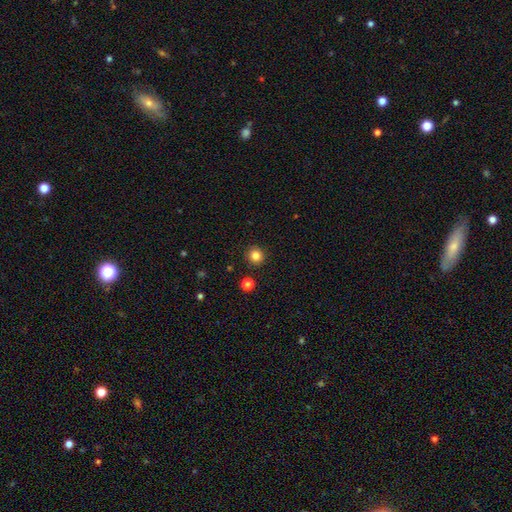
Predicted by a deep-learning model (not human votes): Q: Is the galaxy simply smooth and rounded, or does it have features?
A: smooth — 83%.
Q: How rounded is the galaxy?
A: round — 94%.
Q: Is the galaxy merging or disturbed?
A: none — 92%.